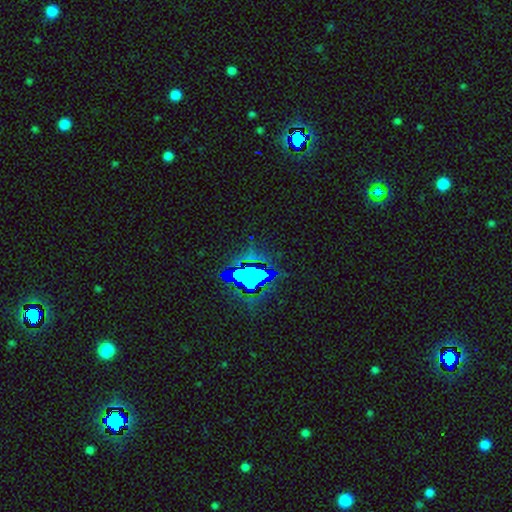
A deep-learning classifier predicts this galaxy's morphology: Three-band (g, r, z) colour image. It shows a star or artifact, not a galaxy (80%).